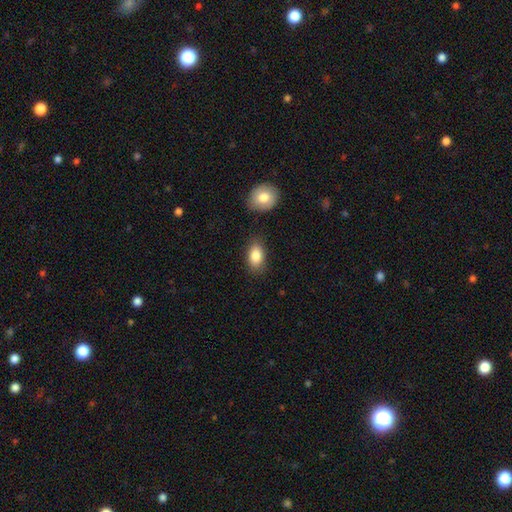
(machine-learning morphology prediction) type=smooth (85%); roundness=in between (88%); merging=none (80%).